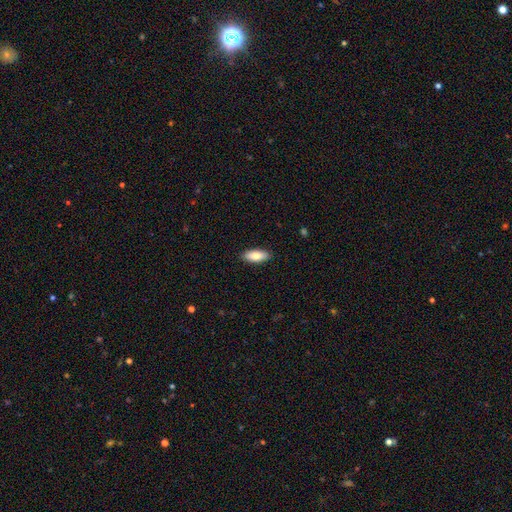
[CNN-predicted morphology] Smooth or featured: smooth — 82% (featured or disk — 13%)
How rounded: in between — 81% (cigar-shaped — 17%)
Merging: none — 89% (minor disturbance — 8%)